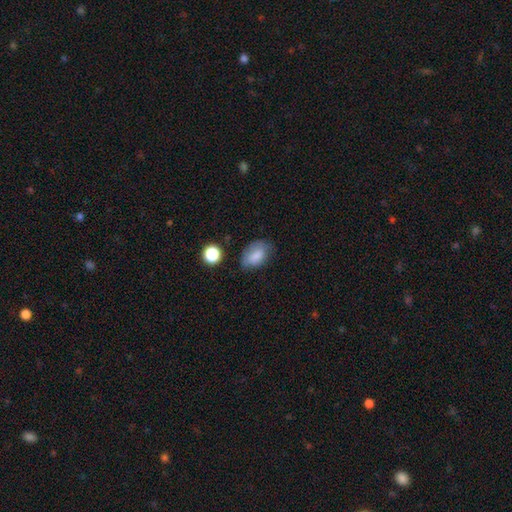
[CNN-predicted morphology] The model was most divided on "merging": none: 60%, minor disturbance: 29%, major disturbance: 8%, merger: 3%. More confident: how rounded — in between (87%); smooth or featured — smooth (81%).